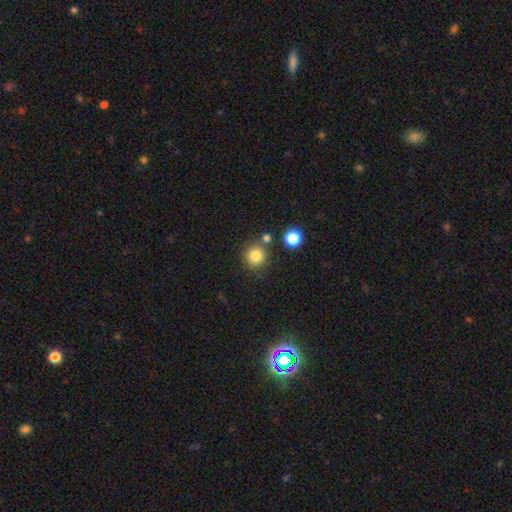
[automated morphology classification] Smooth or featured? smooth (82%)
How rounded? round (91%)
Merging? none (77%)